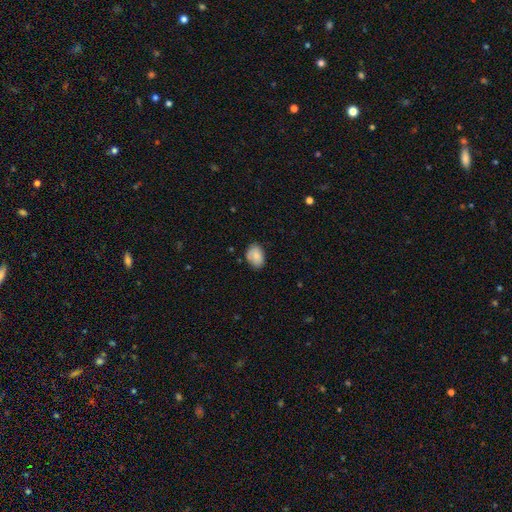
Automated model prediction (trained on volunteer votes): This appears to be a smooth galaxy with no disk features (79%) that is in between round and cigar-shaped (78%). Merging: none (70%).